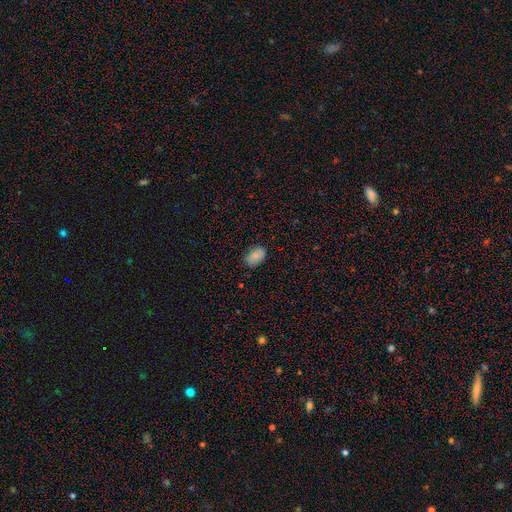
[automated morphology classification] Q: Smooth or featured?
A: smooth (85%); runner-up: star or artifact (8%)
Q: How rounded?
A: in between (87%); runner-up: round (11%)
Q: Merging?
A: none (78%); runner-up: minor disturbance (18%)